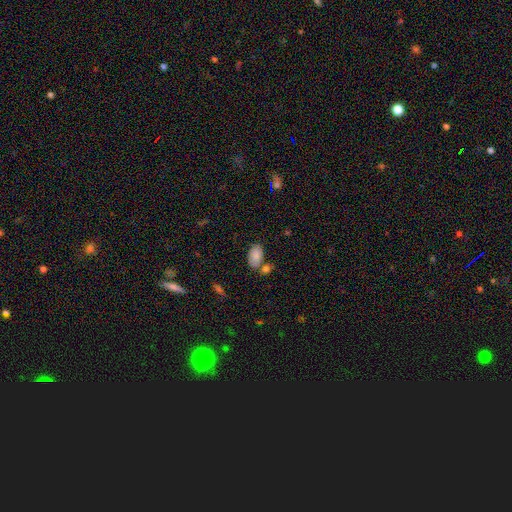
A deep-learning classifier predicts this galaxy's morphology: Smooth or featured? Predicted: smooth (p=0.84). How rounded? Predicted: in between (p=0.93). Merging? Predicted: none (p=0.63).